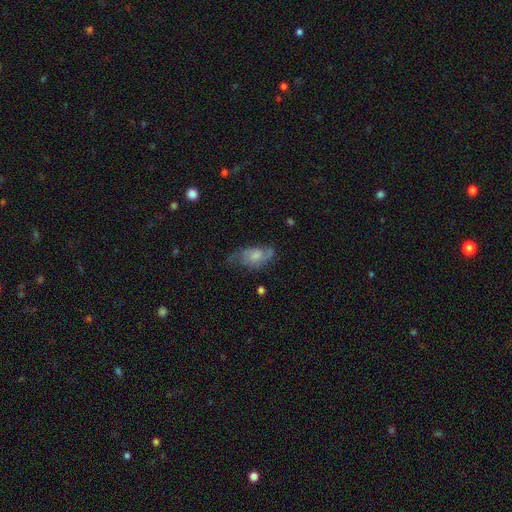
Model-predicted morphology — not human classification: smooth-or-featured: featured or disk: 57% | smooth: 35% | star or artifact: 8%
  disk-edge-on: no: 94% | yes: 6%
    bar: no: 67% | weak: 29% | strong: 4%
    has-spiral-arms: yes: 82% | no: 18%
    bulge-size: moderate: 37% | small: 34% | none: 16% | large: 11% | dominant: 2%
  merging: none: 45% | minor disturbance: 29% | major disturbance: 24% | merger: 3%